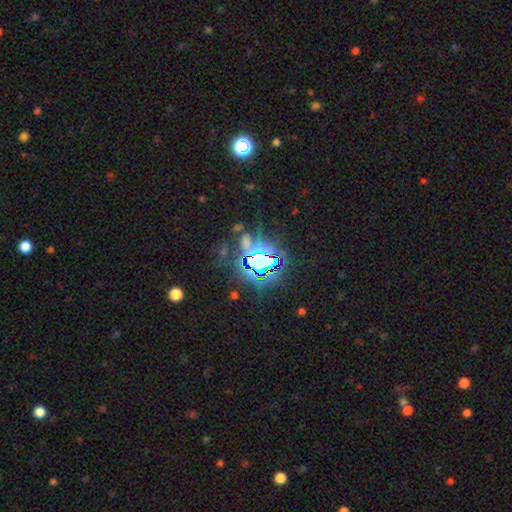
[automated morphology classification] Smooth or featured? Predicted: star or artifact (p=0.79).